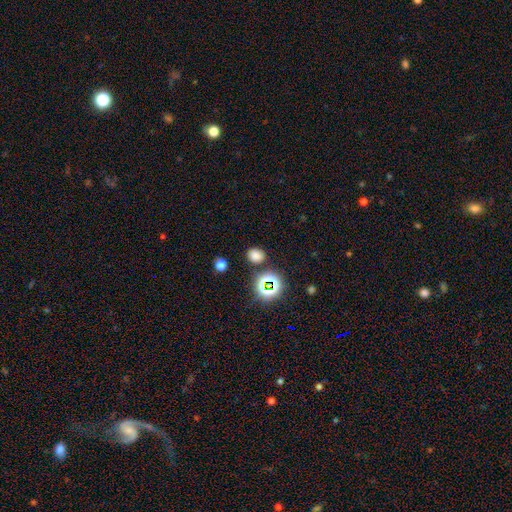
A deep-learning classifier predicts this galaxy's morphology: Smooth or featured? Predicted: smooth (p=0.71). How rounded? Predicted: round (p=0.60). Merging? Predicted: none (p=0.83).